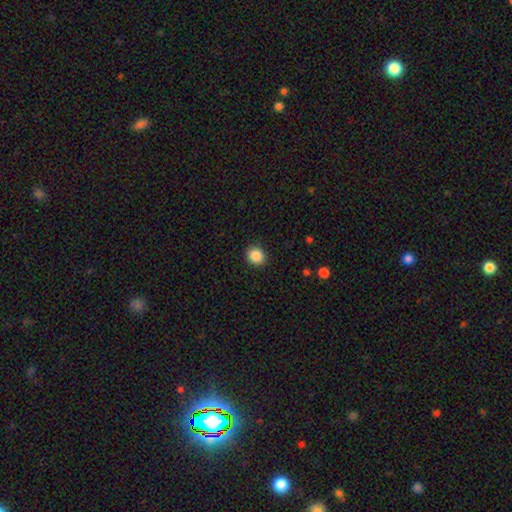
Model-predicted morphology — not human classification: This is clearly a smooth galaxy (87%). How rounded: likely round (78%). Merging: clearly none (91%).